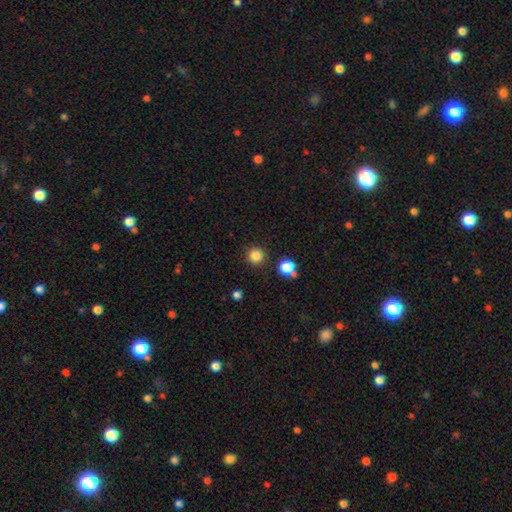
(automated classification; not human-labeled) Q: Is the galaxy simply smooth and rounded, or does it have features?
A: smooth — 84%.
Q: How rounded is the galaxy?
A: round — 95%.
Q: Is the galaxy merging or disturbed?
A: none — 90%.